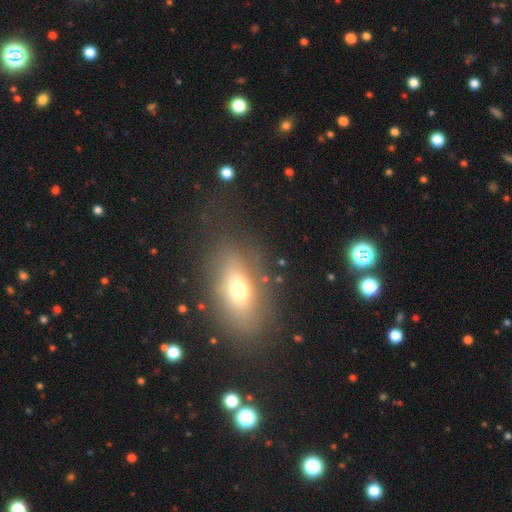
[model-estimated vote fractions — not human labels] Q: Smooth or featured?
A: smooth (55%); runner-up: featured or disk (26%)
Q: How rounded?
A: in between (78%); runner-up: cigar-shaped (13%)
Q: Merging?
A: none (81%); runner-up: minor disturbance (12%)